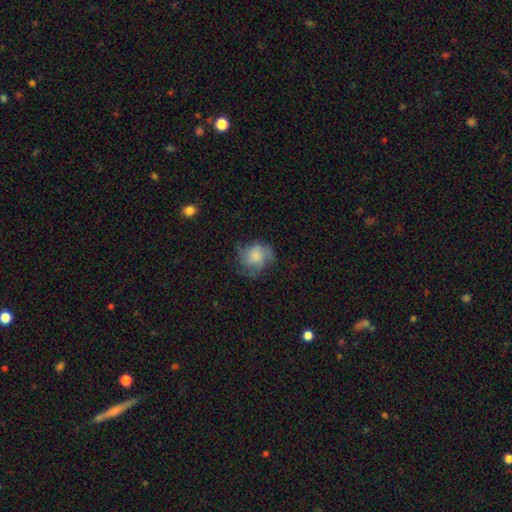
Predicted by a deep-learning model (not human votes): A smooth galaxy with no disk features (56%) that is round (76%). Merging: none (57%).